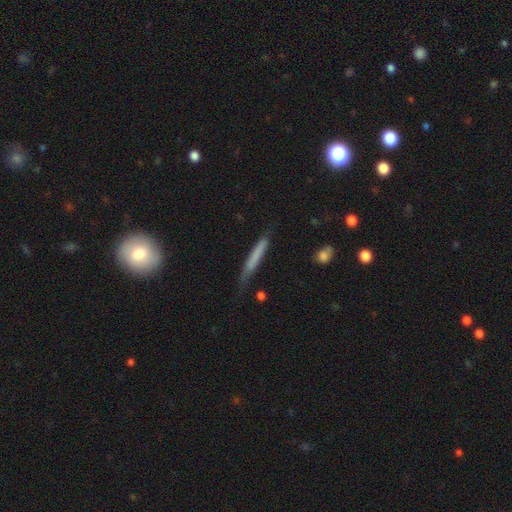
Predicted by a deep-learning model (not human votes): Smooth or featured: smooth — 68% (featured or disk — 26%)
How rounded: cigar-shaped — 95% (in between — 4%)
Merging: none — 70% (minor disturbance — 22%)